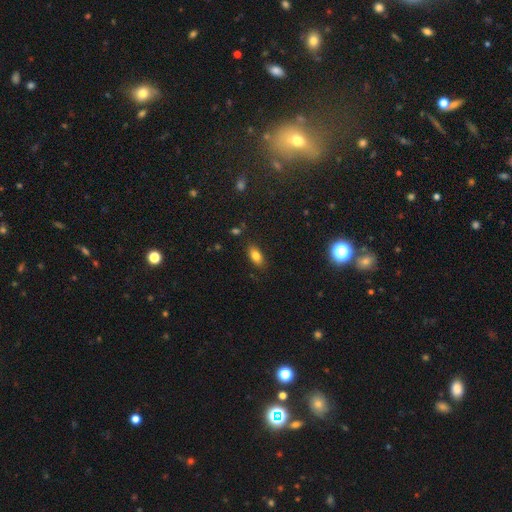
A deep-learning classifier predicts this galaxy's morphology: The model was most divided on "smooth or featured": smooth: 80%, featured or disk: 10%, star or artifact: 10%. More confident: how rounded — in between (88%); merging — none (83%).